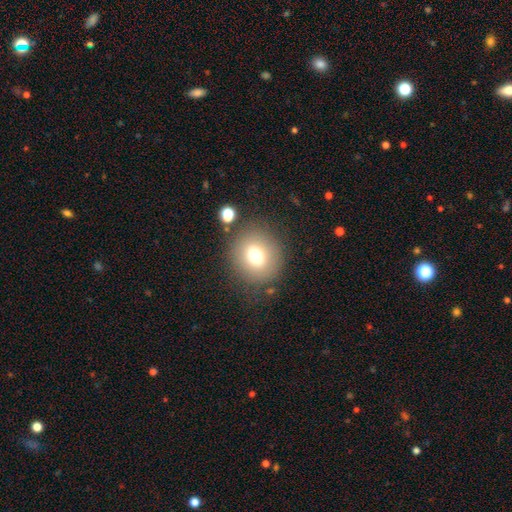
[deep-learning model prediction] smooth 73%, featured or disk 14%, star or artifact 13%. Down the decision tree: how rounded — round (83%); merging — none (81%).